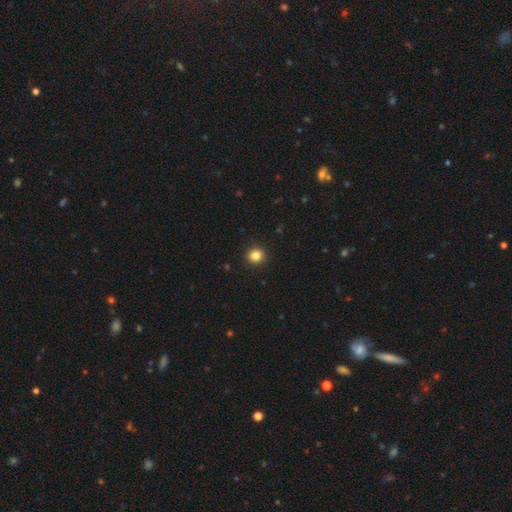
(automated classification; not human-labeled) smooth 84%, star or artifact 12%, featured or disk 4%. Down the decision tree: how rounded — round (94%); merging — none (93%).